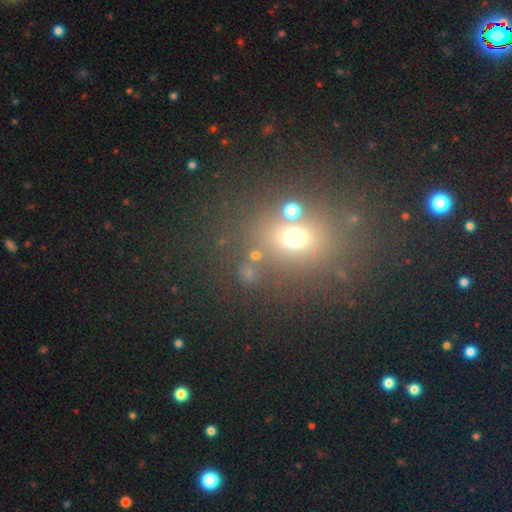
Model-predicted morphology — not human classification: Smooth or featured: smooth — 54% (star or artifact — 35%)
How rounded: round — 63% (in between — 35%)
Merging: none — 73% (merger — 11%)